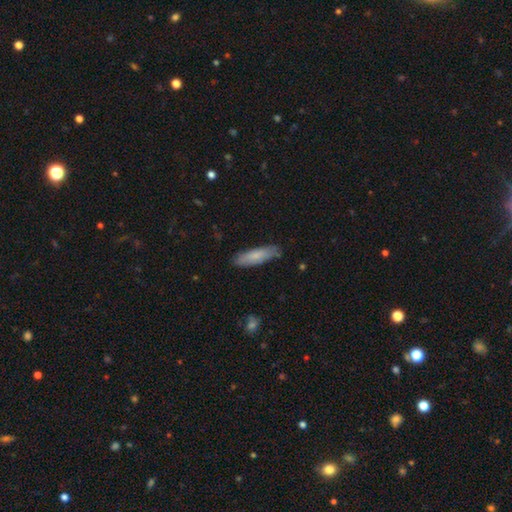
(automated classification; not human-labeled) Morphology: type=smooth (75%); roundness=cigar-shaped (61%); merging=none (80%).